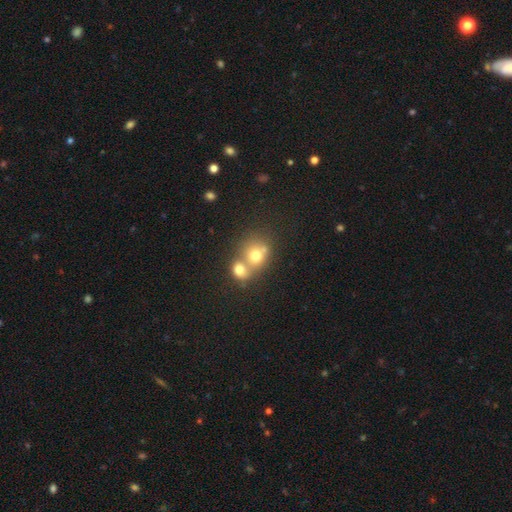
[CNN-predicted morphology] smooth_or_featured: smooth (p=0.71) [alt: featured or disk p=0.16]
how_rounded: round (p=0.73) [alt: in between p=0.26]
merging: merger (p=0.61) [alt: none p=0.29]